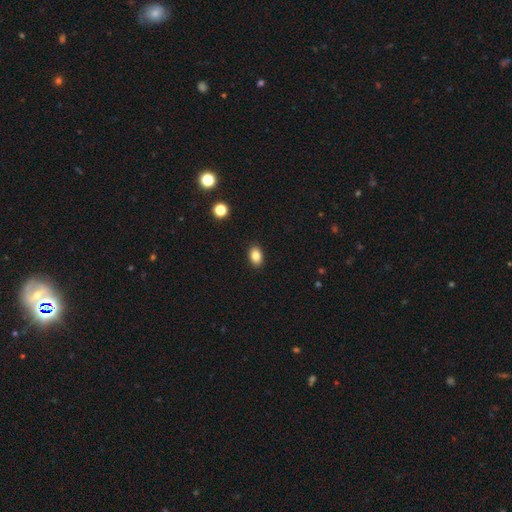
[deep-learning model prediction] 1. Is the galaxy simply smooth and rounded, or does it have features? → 84% smooth, 10% star or artifact, 6% featured or disk.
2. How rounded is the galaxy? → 83% in between, 16% round, 1% cigar-shaped.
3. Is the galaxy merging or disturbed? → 90% none, 7% minor disturbance, 2% major disturbance, 1% merger.